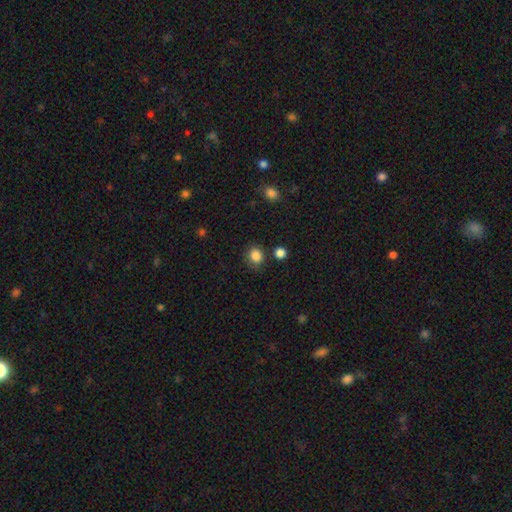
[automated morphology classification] smooth-or-featured: smooth: 85% | star or artifact: 11% | featured or disk: 4%
  how-rounded: round: 72% | in between: 27% | cigar-shaped: 1%
  merging: none: 79% | minor disturbance: 13% | merger: 5% | major disturbance: 4%